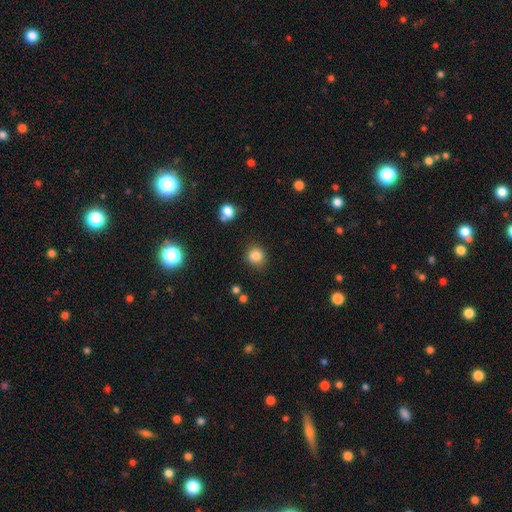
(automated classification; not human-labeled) smooth-or-featured: smooth: 84% | star or artifact: 12% | featured or disk: 4%
  how-rounded: round: 87% | in between: 12% | cigar-shaped: 1%
  merging: none: 81% | minor disturbance: 13% | major disturbance: 4% | merger: 3%